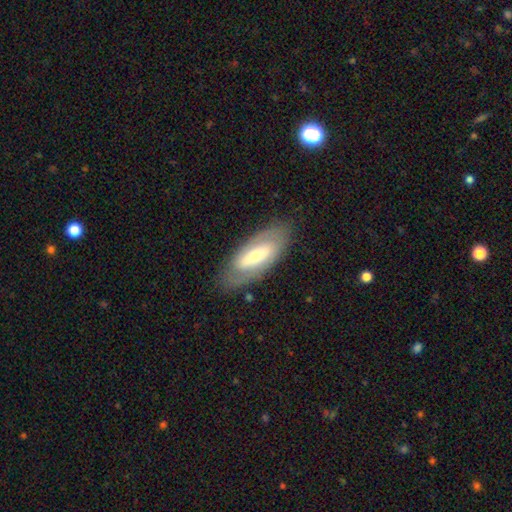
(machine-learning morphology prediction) This appears to be a featured or disk galaxy (58%). Merging: none (80%).